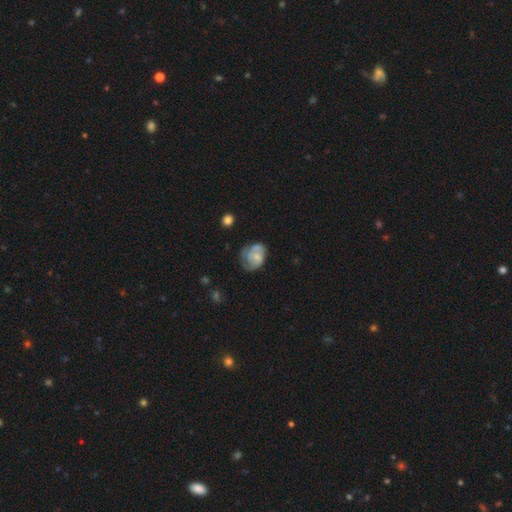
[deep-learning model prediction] Morphology: type=featured or disk (60%); edge-on=no (98%); bar=no (69%); spiral arms=yes (78%); bulge=small (41%); merging=none (48%).